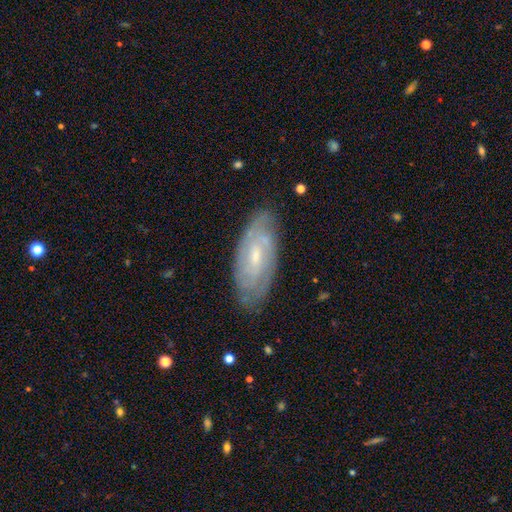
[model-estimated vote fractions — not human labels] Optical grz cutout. It shows a featured or disk galaxy (78%) with a weak bar (52%), tight (67%) spiral arms (92%) and a small central bulge (58%). Merging: none (79%).